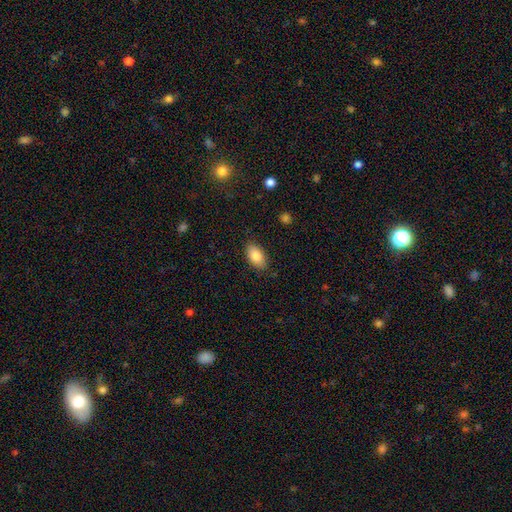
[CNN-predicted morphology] Q: Smooth or featured?
A: smooth (84%); runner-up: featured or disk (9%)
Q: How rounded?
A: in between (93%); runner-up: round (4%)
Q: Merging?
A: none (85%); runner-up: minor disturbance (11%)